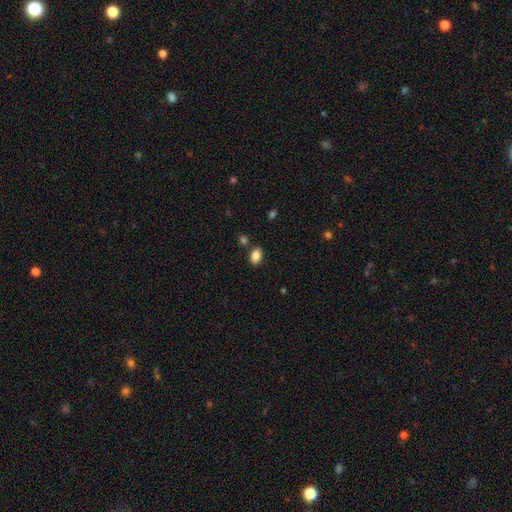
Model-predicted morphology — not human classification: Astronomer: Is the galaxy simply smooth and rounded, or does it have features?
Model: smooth — 86%.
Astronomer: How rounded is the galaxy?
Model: in between — 79%.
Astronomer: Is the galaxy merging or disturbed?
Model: none — 81%.